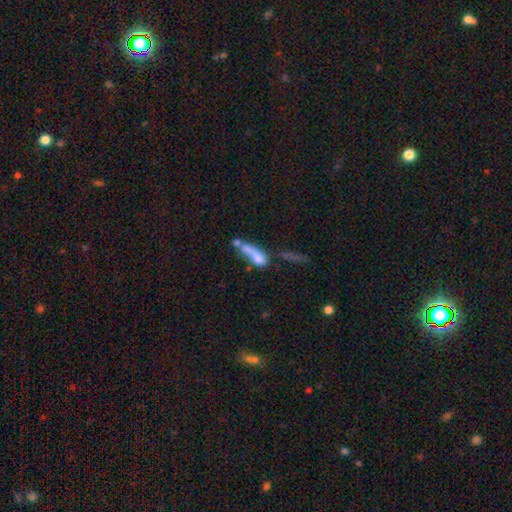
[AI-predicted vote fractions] This is likely a smooth galaxy (63%). How rounded: possibly in between (51%). Merging: possibly merger (48%).